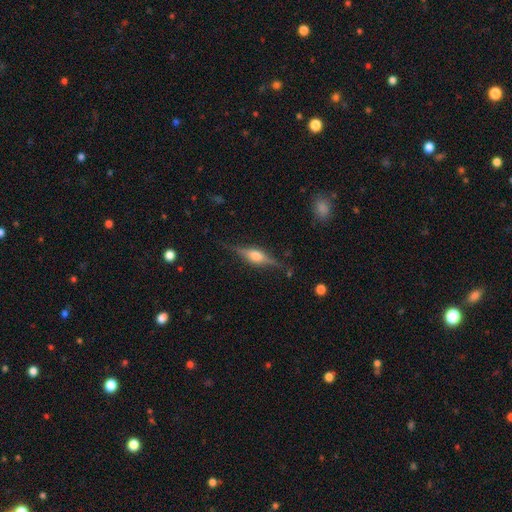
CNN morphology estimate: smooth-or-featured: featured or disk: 76% | smooth: 17% | star or artifact: 7%
  disk-edge-on: yes: 97% | no: 3%
    edge-on-bulge: rounded: 89% | boxy: 9% | none: 2%
  merging: none: 83% | minor disturbance: 12% | major disturbance: 3% | merger: 1%